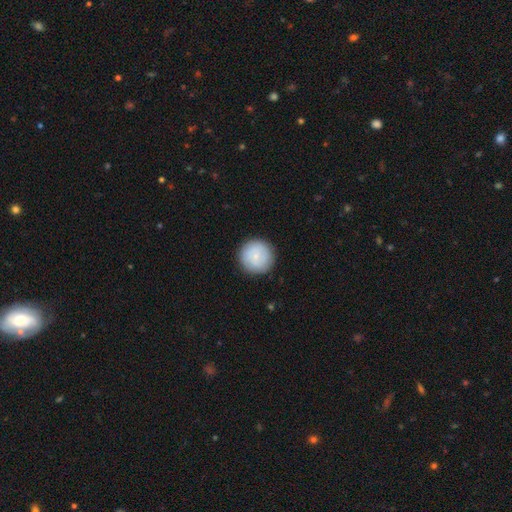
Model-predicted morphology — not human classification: Overall: smooth (75%). How rounded: round (96%). Merging: none (90%).